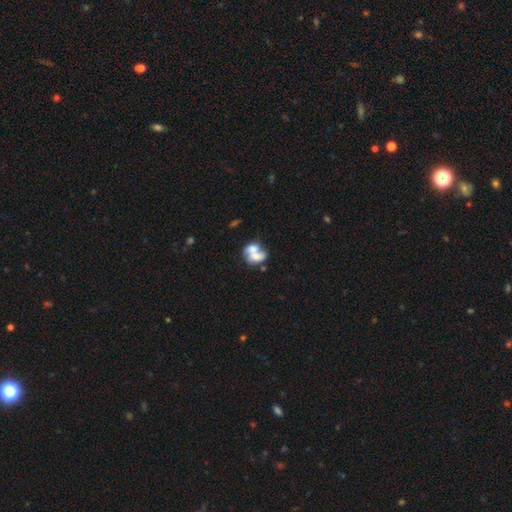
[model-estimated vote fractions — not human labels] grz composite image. It shows a smooth galaxy with no disk features (50%) that is in between round and cigar-shaped (66%). Merging: merger (63%).